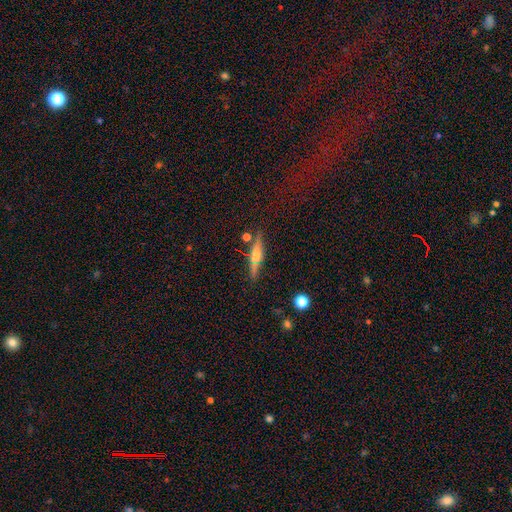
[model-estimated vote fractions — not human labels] Morphology: type=featured or disk (57%); edge-on=yes (95%); edge-on bulge=rounded (74%); merging=none (84%).